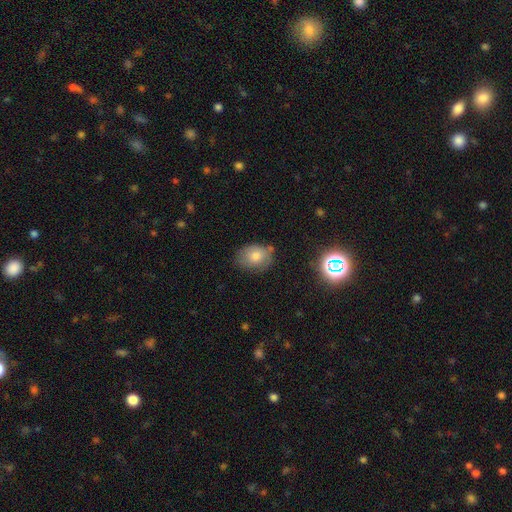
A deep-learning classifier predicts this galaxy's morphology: Smooth or featured?
  - smooth: 71% *
  - featured or disk: 16%
  - star or artifact: 13%
How rounded?
  - in between: 56% *
  - round: 43%
  - cigar-shaped: 1%
Merging?
  - none: 71% *
  - minor disturbance: 21%
  - major disturbance: 5%
  - merger: 3%